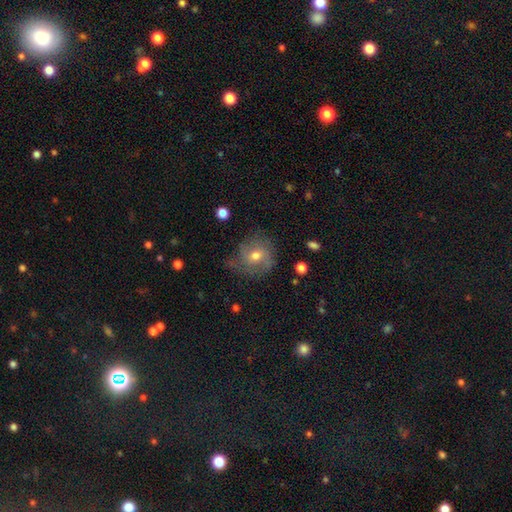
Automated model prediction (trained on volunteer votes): Smooth or featured? featured or disk (48%)
Merging? none (60%)